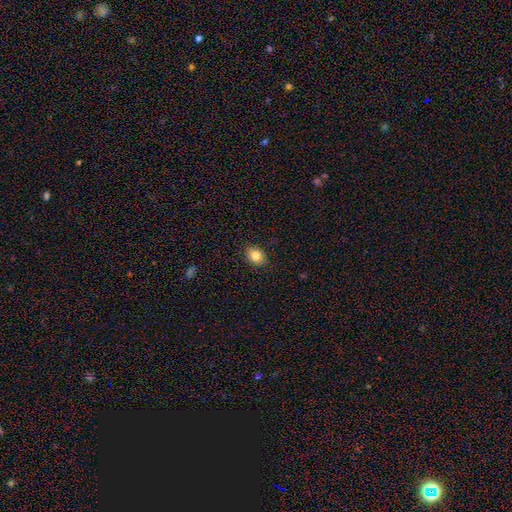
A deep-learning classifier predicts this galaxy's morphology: Smooth or featured?
  - smooth: 84% *
  - star or artifact: 9%
  - featured or disk: 7%
How rounded?
  - in between: 63% *
  - round: 36%
  - cigar-shaped: 1%
Merging?
  - none: 88% *
  - minor disturbance: 9%
  - major disturbance: 2%
  - merger: 1%